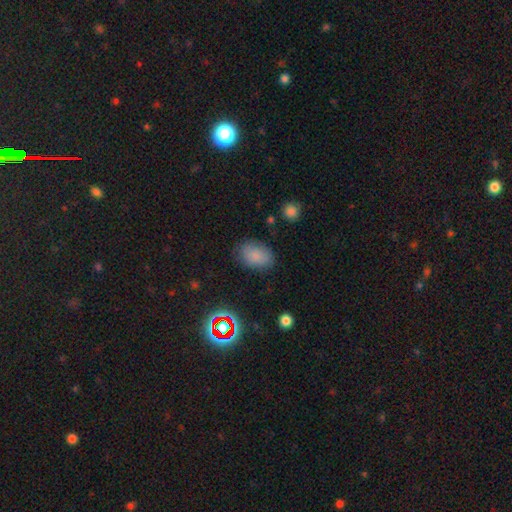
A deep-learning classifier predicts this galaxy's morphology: Smooth or featured? smooth (82%)
How rounded? in between (83%)
Merging? none (78%)